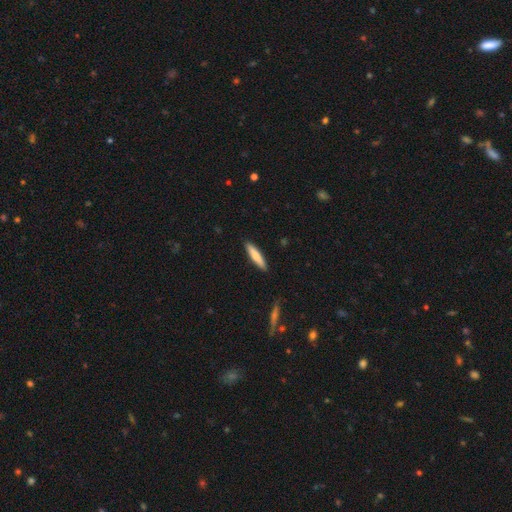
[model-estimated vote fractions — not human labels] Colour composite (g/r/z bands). It shows a smooth galaxy with no disk features (66%) that is cigar-shaped (83%). Merging: none (90%).